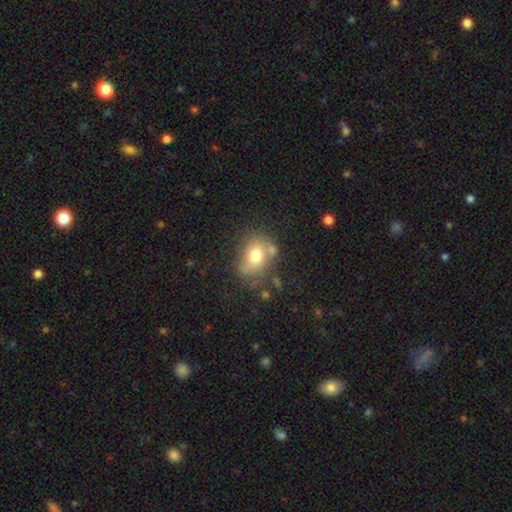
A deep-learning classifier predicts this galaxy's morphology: type=smooth (66%); roundness=in between (62%); merging=none (54%).